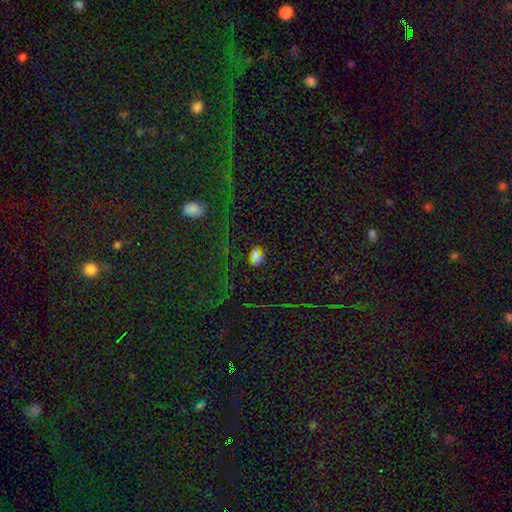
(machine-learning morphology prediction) Q: Smooth or featured?
A: smooth (47%); runner-up: star or artifact (44%)
Q: Merging?
A: none (67%); runner-up: minor disturbance (16%)